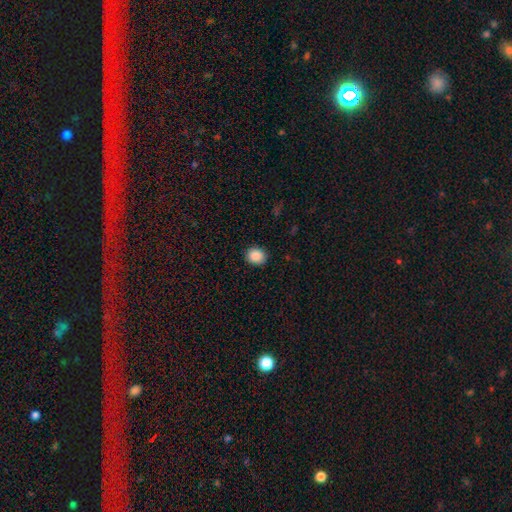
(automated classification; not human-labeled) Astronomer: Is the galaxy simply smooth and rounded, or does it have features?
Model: smooth — 88%.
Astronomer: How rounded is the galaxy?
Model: round — 70%.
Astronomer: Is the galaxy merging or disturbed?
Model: none — 90%.